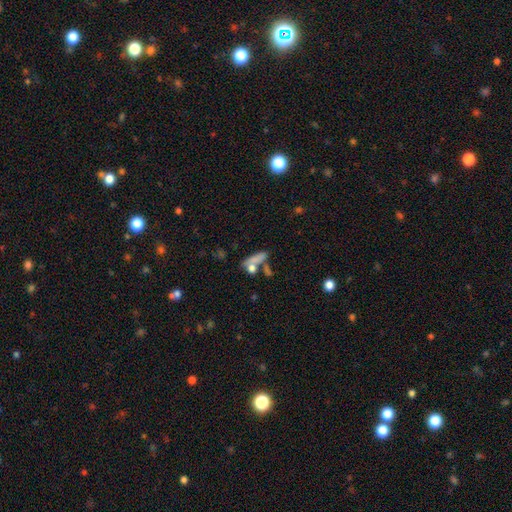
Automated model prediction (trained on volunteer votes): Overall: smooth (68%). How rounded: cigar-shaped (45%; in between 42%). Merging: none (41%; merger 34%).